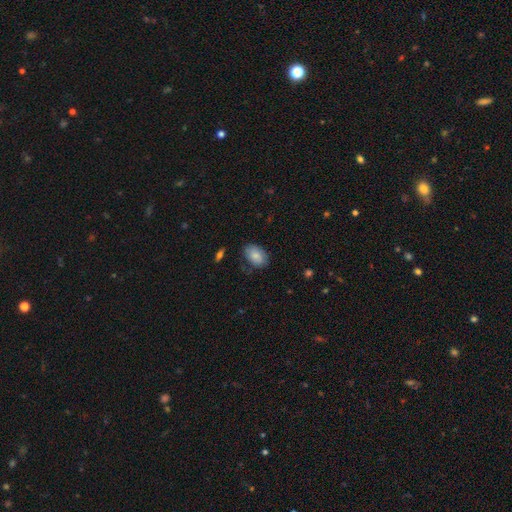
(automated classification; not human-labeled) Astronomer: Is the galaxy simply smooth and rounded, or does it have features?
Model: smooth — 79%.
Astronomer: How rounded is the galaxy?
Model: in between — 87%.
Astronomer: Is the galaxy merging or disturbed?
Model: none — 71%.